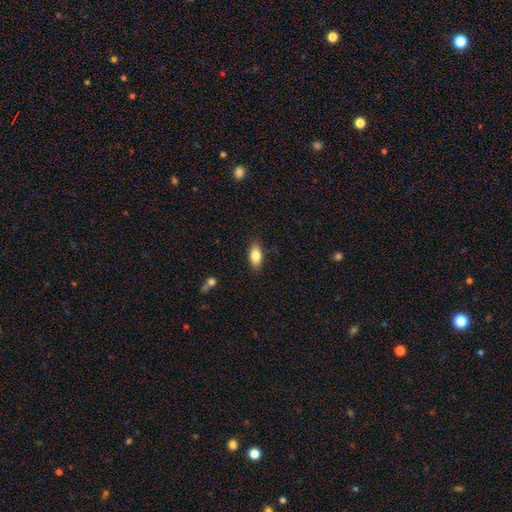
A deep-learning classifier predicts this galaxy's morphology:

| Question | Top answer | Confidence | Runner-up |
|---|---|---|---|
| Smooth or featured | smooth | 80% | featured or disk (13%) |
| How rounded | in between | 87% | cigar-shaped (9%) |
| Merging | none | 86% | minor disturbance (10%) |